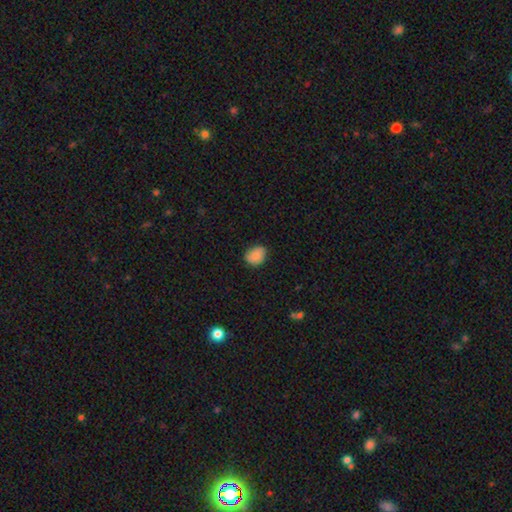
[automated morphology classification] Smooth or featured? smooth (86%)
How rounded? in between (50%)
Merging? none (72%)